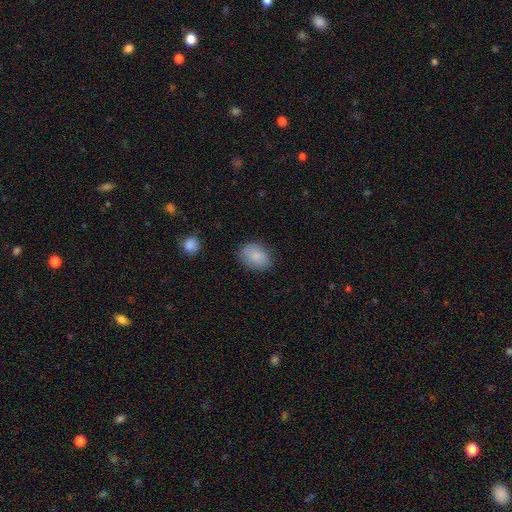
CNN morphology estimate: The model was most divided on "how rounded": in between: 82%, round: 17%, cigar-shaped: 1%. More confident: smooth or featured — smooth (86%); merging — none (81%).